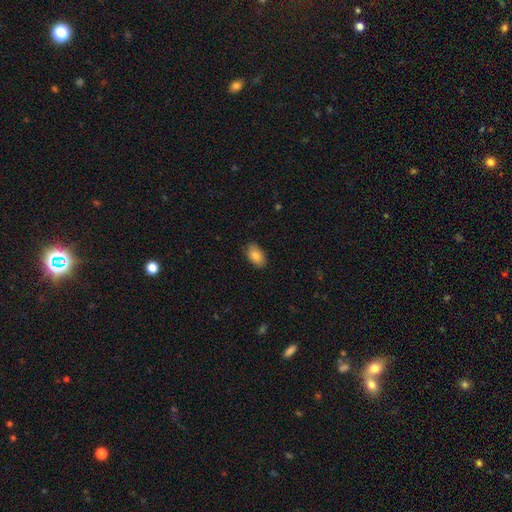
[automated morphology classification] Q: Smooth or featured?
A: smooth (82%); runner-up: featured or disk (11%)
Q: How rounded?
A: in between (93%); runner-up: round (5%)
Q: Merging?
A: none (86%); runner-up: minor disturbance (11%)